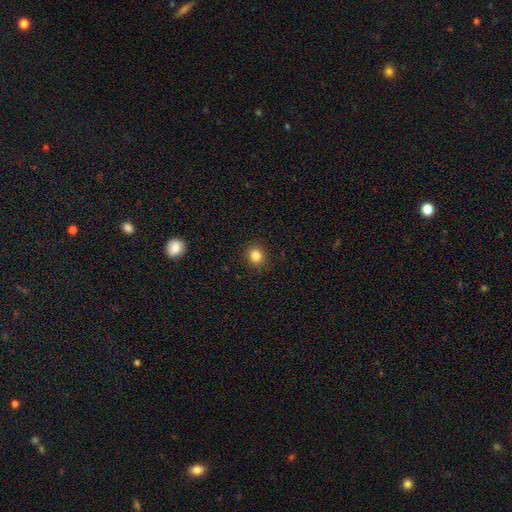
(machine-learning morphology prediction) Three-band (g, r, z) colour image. It shows a smooth galaxy with no disk features (84%) that is round (86%). Merging: none (91%).